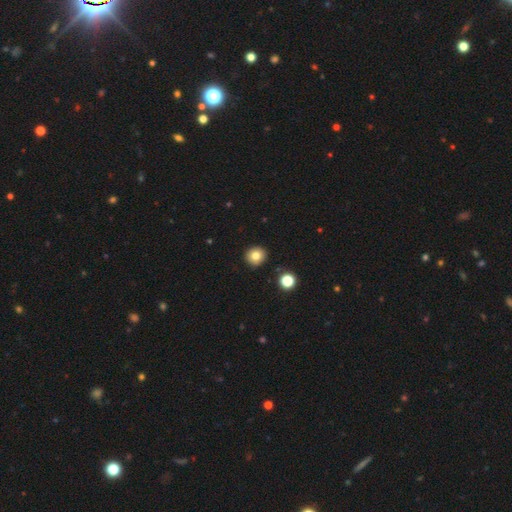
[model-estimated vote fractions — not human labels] The model was most divided on "smooth or featured": smooth: 81%, star or artifact: 11%, featured or disk: 8%. More confident: how rounded — round (91%); merging — none (91%).